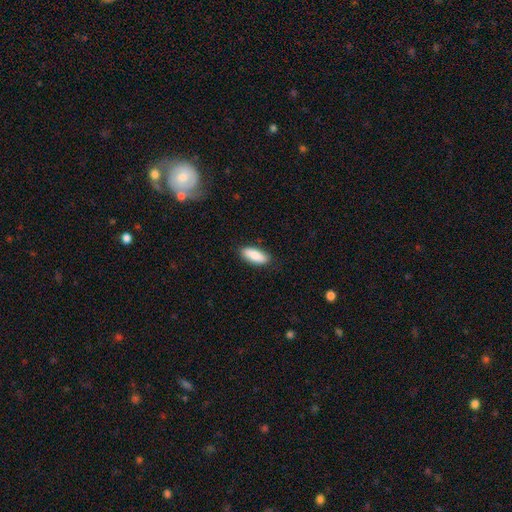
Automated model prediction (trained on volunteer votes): Q: Smooth or featured?
A: smooth (88%); runner-up: featured or disk (6%)
Q: How rounded?
A: in between (81%); runner-up: cigar-shaped (17%)
Q: Merging?
A: none (86%); runner-up: minor disturbance (11%)